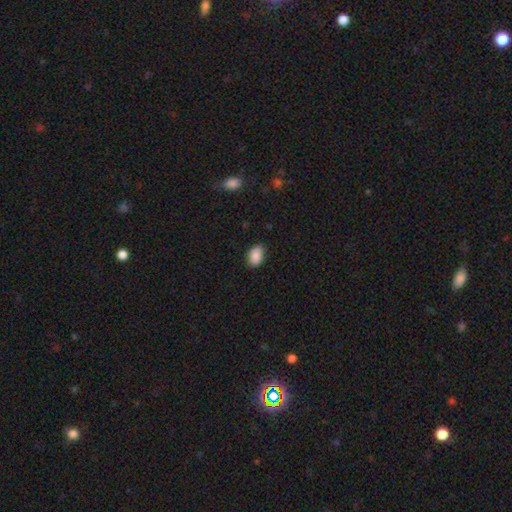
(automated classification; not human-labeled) smooth 89%, star or artifact 7%, featured or disk 4%. Down the decision tree: how rounded — in between (88%); merging — none (80%).